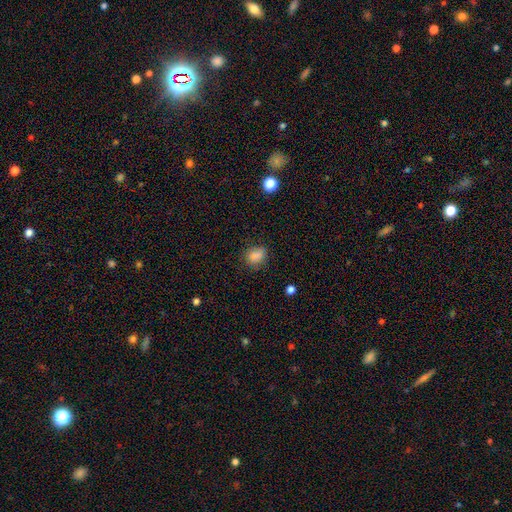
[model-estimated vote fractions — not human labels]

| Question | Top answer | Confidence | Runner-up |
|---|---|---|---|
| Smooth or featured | smooth | 85% | star or artifact (10%) |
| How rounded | in between | 57% | round (42%) |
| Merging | none | 75% | minor disturbance (18%) |